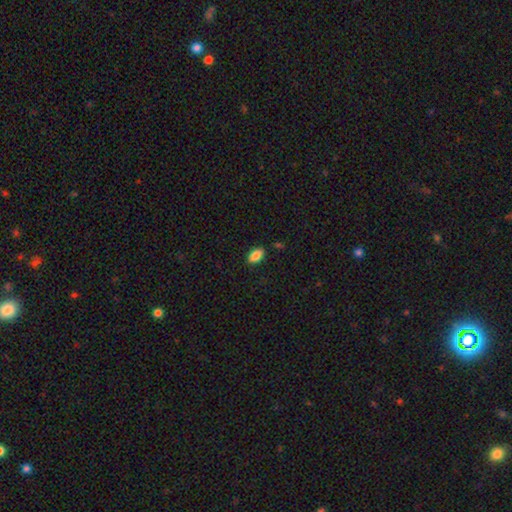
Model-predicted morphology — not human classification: Smooth or featured? smooth (85%)
How rounded? in between (91%)
Merging? none (84%)